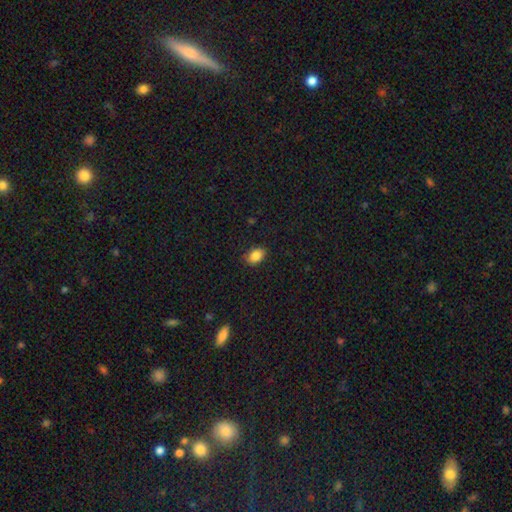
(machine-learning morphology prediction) smooth 87%, star or artifact 9%, featured or disk 5%. Down the decision tree: how rounded — in between (82%); merging — none (83%).